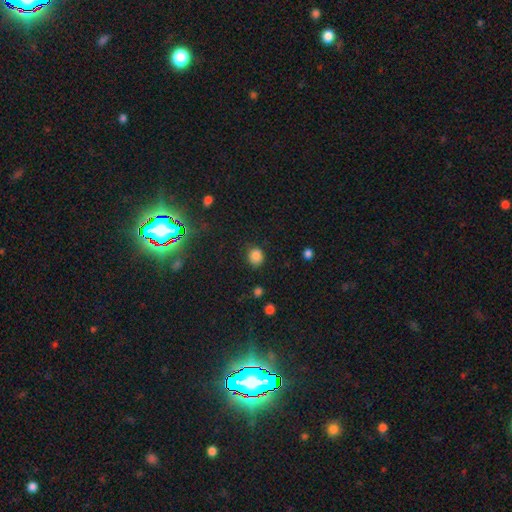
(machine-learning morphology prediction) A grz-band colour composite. It shows a smooth galaxy with no disk features (83%) that is round (79%). Merging: none (82%).